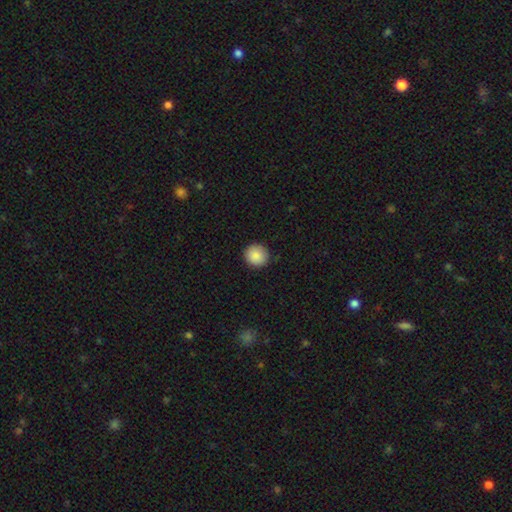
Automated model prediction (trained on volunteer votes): smooth 88%, star or artifact 8%, featured or disk 4%. Down the decision tree: how rounded — round (93%); merging — none (91%).